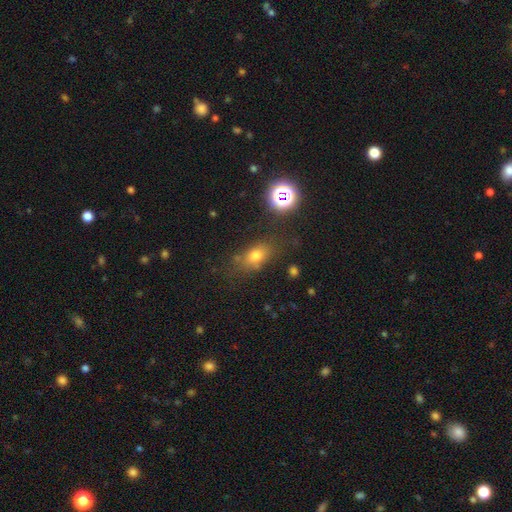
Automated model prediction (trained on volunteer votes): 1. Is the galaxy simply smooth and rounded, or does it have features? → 70% smooth, 18% star or artifact, 12% featured or disk.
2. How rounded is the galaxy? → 71% in between, 25% round, 4% cigar-shaped.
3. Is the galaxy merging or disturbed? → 71% none, 17% minor disturbance, 7% major disturbance, 5% merger.